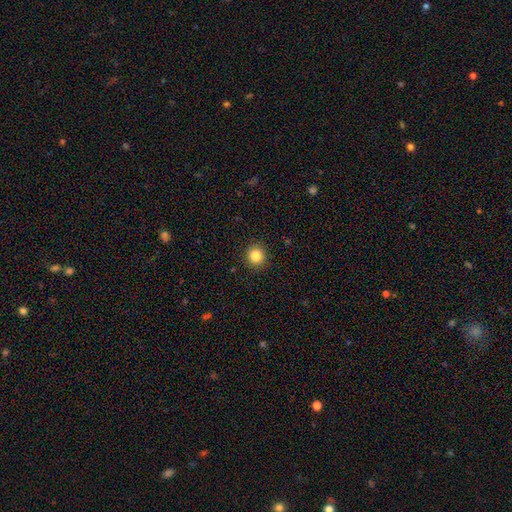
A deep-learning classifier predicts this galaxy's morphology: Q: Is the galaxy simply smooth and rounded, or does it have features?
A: smooth — 85%.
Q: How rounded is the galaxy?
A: round — 92%.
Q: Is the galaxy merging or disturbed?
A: none — 91%.